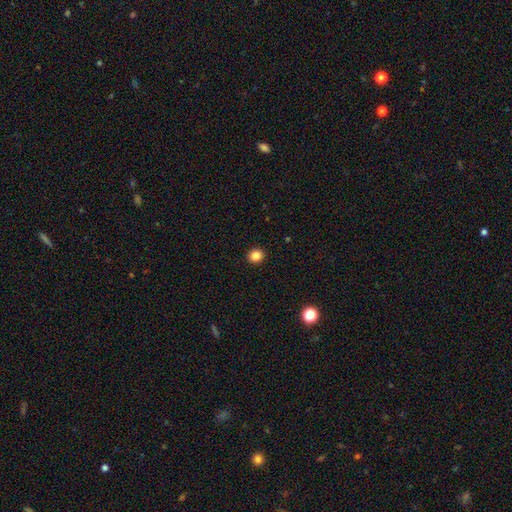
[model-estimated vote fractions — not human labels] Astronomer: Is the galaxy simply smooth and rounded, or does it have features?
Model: smooth — 85%.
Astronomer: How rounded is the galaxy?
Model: round — 82%.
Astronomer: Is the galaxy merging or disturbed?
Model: none — 93%.